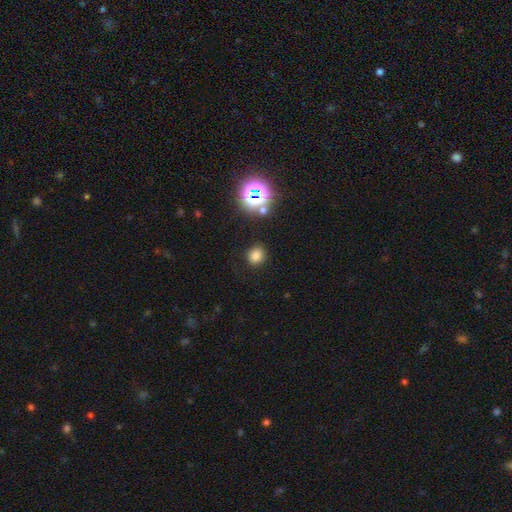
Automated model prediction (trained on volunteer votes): smooth-or-featured: smooth: 76% | star or artifact: 19% | featured or disk: 5%
  how-rounded: round: 77% | in between: 22% | cigar-shaped: 1%
  merging: none: 86% | minor disturbance: 8% | major disturbance: 3% | merger: 3%